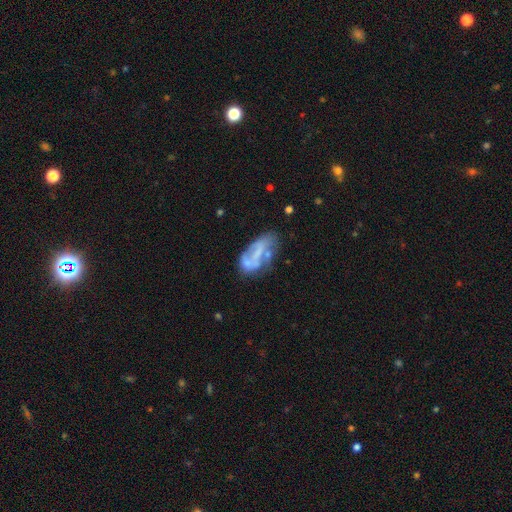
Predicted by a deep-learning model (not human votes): This is possibly a featured or disk galaxy (59%). It is clearly not viewed edge-on (94%). Bar: possibly no (60%). Spiral arm pattern: likely no (68%). Central bulge: possibly none (53%). Merging: marginally none (40%).